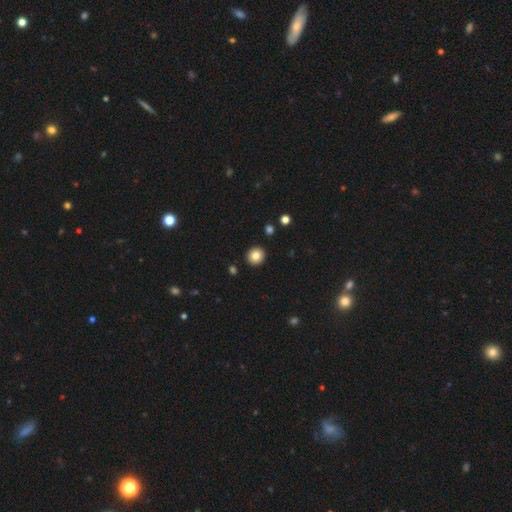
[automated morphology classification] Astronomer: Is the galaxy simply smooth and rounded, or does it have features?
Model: smooth — 84%.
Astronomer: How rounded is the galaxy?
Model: round — 87%.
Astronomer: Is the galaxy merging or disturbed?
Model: none — 92%.